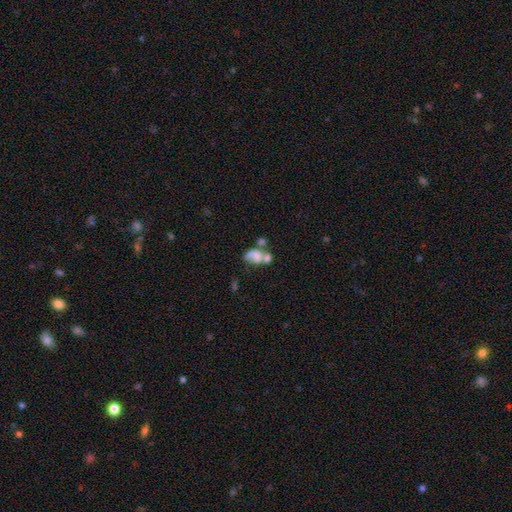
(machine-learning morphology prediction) The model was most divided on "smooth or featured": smooth: 53%, featured or disk: 35%, star or artifact: 12%. Remaining: how rounded — in between (75%); merging — merger (50%).